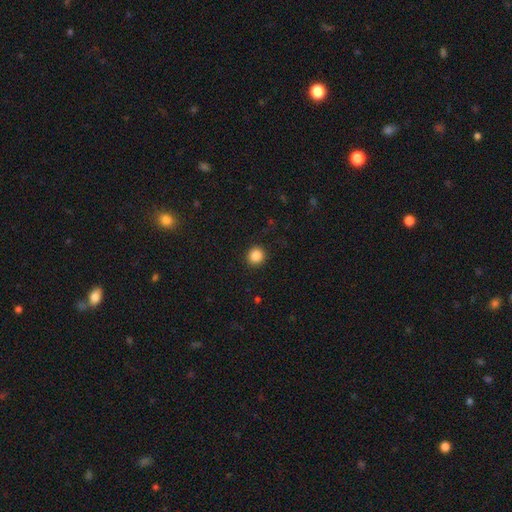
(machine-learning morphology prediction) smooth 87%, star or artifact 10%, featured or disk 3%. Down the decision tree: how rounded — round (93%); merging — none (92%).